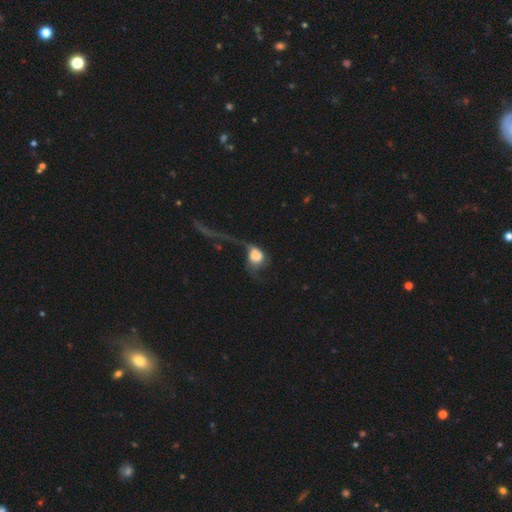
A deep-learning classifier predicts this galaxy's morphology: The model was most divided on "smooth or featured": smooth: 48%, featured or disk: 42%, star or artifact: 10%. More confident: merging — major disturbance (63%).